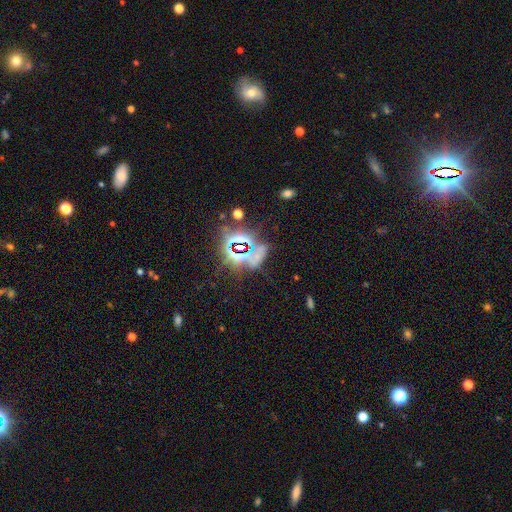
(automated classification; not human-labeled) The model was most divided on "smooth or featured": star or artifact: 69%, smooth: 21%, featured or disk: 10%.